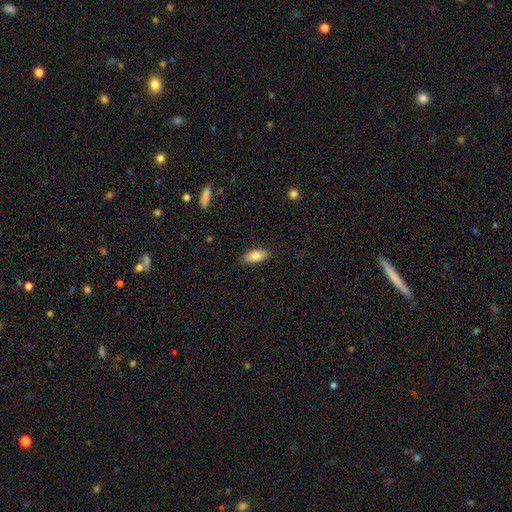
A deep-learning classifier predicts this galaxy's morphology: smooth_or_featured: smooth (p=0.80) [alt: featured or disk p=0.13]
how_rounded: in between (p=0.88) [alt: cigar-shaped p=0.09]
merging: none (p=0.86) [alt: minor disturbance p=0.10]